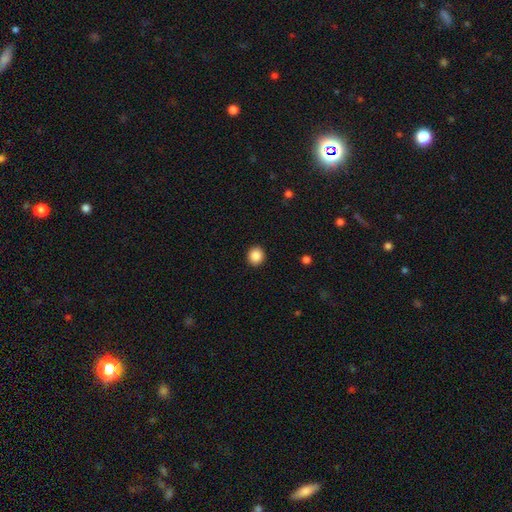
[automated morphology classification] Smooth or featured? Predicted: smooth (p=0.87). How rounded? Predicted: round (p=0.87). Merging? Predicted: none (p=0.92).